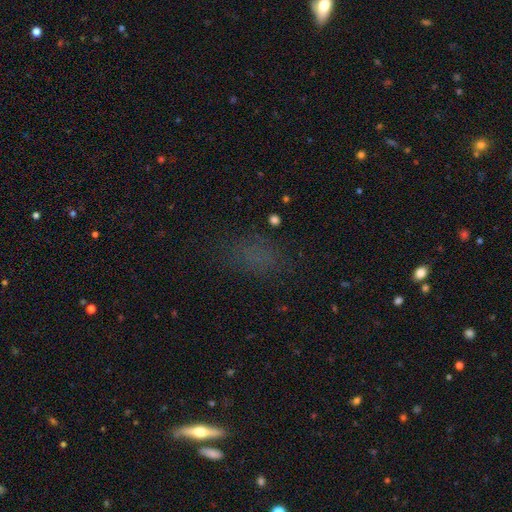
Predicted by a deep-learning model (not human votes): A smooth galaxy with no disk features (59%) that is in between round and cigar-shaped (72%). Merging: none (72%).